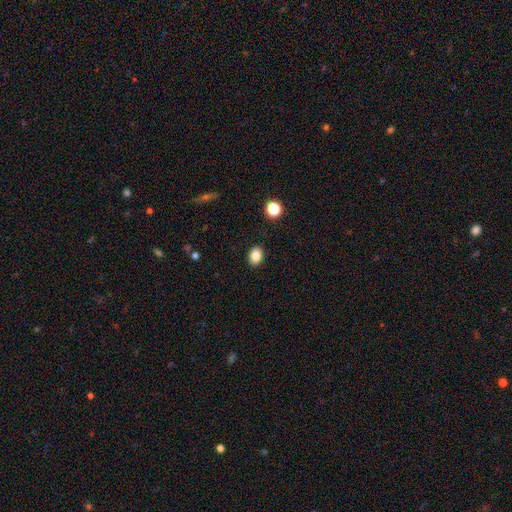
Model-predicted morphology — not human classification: A smooth galaxy with no disk features (84%) that is in between round and cigar-shaped (65%).

Vote fractions:
- Smooth or featured? smooth: 84% / star or artifact: 10% / featured or disk: 6%
- How rounded? in between: 65% / round: 34% / cigar-shaped: 1%
- Merging? none: 89% / minor disturbance: 7% / major disturbance: 2% / merger: 1%